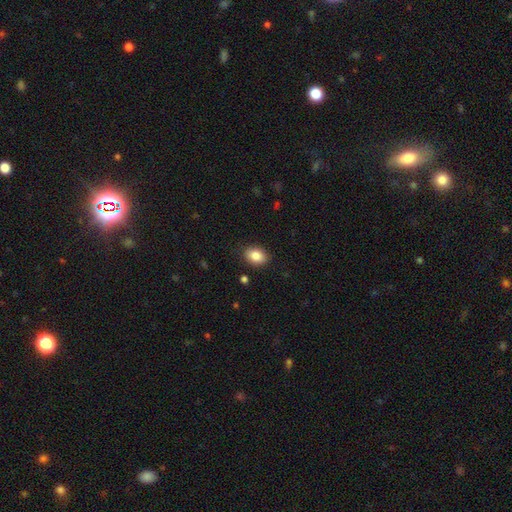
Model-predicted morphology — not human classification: Smooth or featured? smooth (85%)
How rounded? in between (74%)
Merging? none (87%)